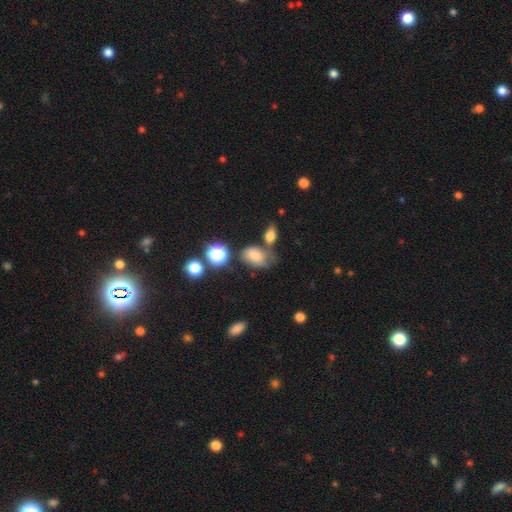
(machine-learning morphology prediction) Overall: smooth (75%). How rounded: in between (82%). Merging: none (50%; minor disturbance 23%).